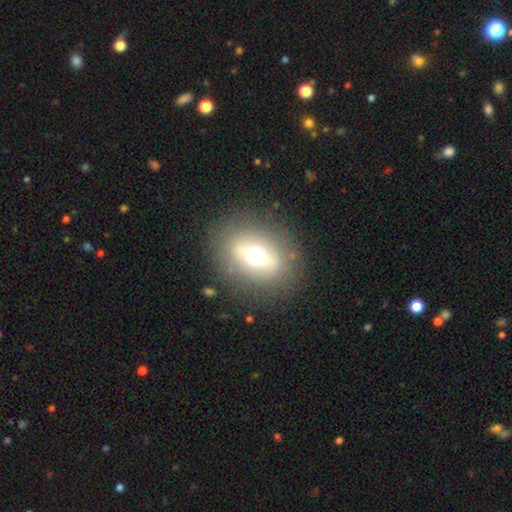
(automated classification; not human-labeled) Q: Smooth or featured?
A: smooth (53%); runner-up: featured or disk (34%)
Q: How rounded?
A: round (53%); runner-up: in between (45%)
Q: Merging?
A: none (83%); runner-up: minor disturbance (10%)